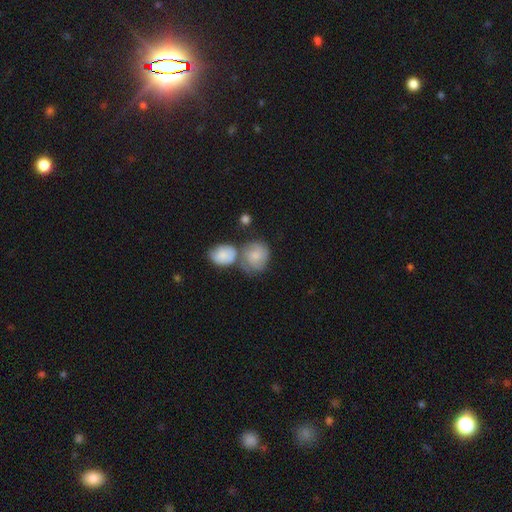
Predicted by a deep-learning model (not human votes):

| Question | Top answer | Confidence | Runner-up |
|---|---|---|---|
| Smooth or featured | smooth | 55% | featured or disk (38%) |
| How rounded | round | 69% | in between (30%) |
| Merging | merger | 42% | none (36%) |